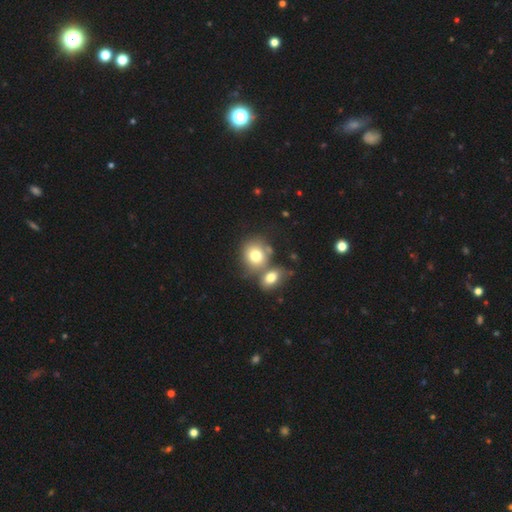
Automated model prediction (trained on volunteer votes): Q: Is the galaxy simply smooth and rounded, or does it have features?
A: smooth — 75%.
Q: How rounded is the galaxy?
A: round — 70%.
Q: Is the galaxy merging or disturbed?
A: merger — 47%.